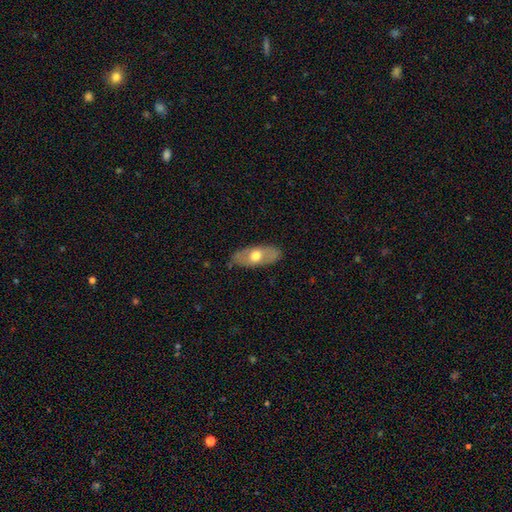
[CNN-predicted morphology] This is possibly a smooth galaxy (53%). How rounded: clearly in between (84%). Merging: clearly none (83%).